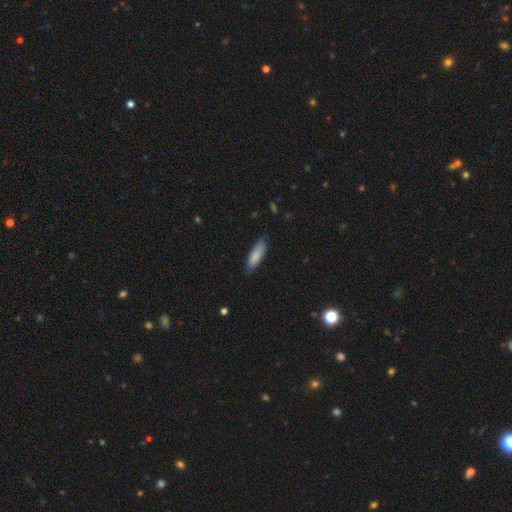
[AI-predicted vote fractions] Morphology: type=smooth (83%); roundness=in between (50%); merging=none (78%).